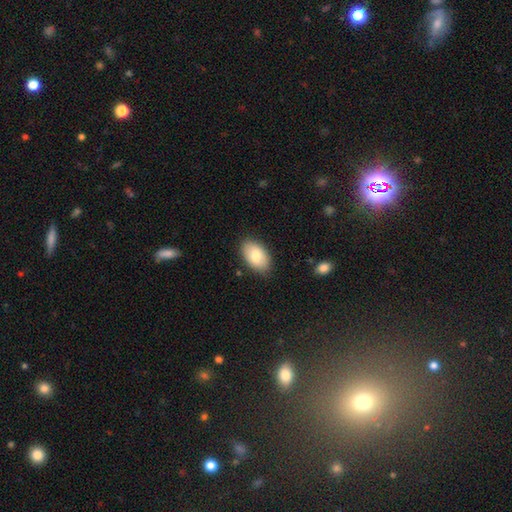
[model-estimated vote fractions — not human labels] Overall: smooth (80%). How rounded: in between (93%). Merging: none (84%).